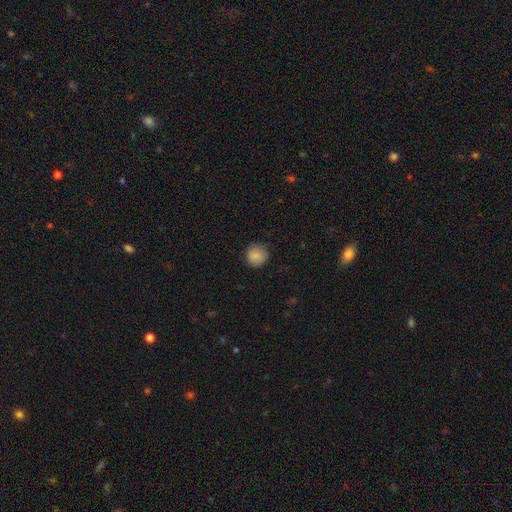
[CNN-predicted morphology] Smooth or featured? Predicted: smooth (p=0.85). How rounded? Predicted: round (p=0.92). Merging? Predicted: none (p=0.82).